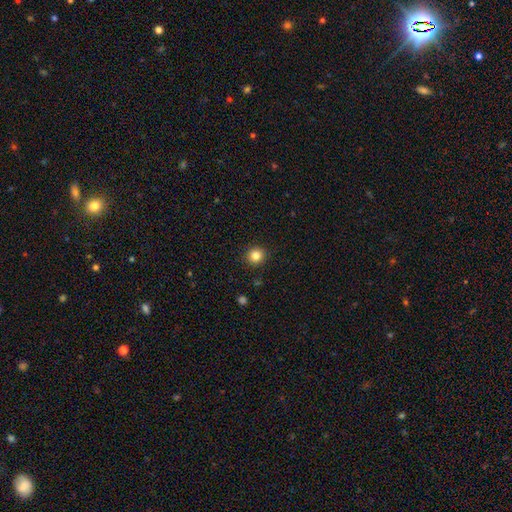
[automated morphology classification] This is clearly a smooth galaxy (83%). How rounded: clearly round (92%). Merging: clearly none (91%).